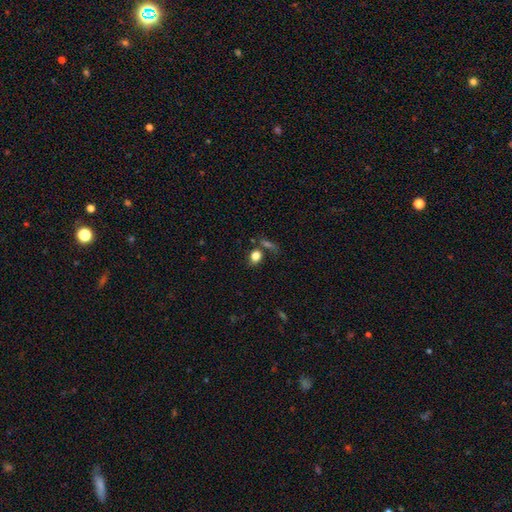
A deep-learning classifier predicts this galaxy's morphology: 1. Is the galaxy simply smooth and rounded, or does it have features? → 82% smooth, 12% star or artifact, 7% featured or disk.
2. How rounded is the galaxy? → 57% in between, 41% round, 2% cigar-shaped.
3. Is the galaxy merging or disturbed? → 63% none, 16% merger, 14% minor disturbance, 7% major disturbance.